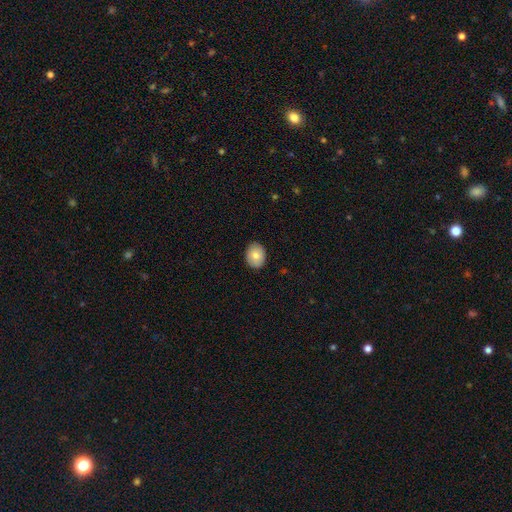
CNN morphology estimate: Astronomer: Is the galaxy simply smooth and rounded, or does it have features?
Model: smooth — 81%.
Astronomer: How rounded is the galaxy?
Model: in between — 56% (runner-up: round, 43%).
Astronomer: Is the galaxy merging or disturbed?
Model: none — 89%.